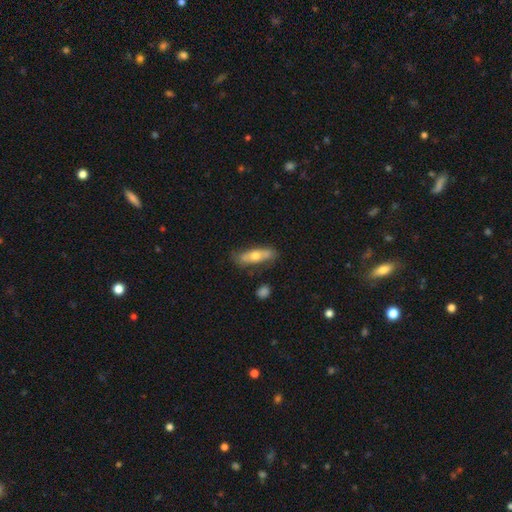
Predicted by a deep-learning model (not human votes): A smooth galaxy with no disk features (58%) that is cigar-shaped (49%).

Vote fractions:
- Smooth or featured? smooth: 58% / featured or disk: 37% / star or artifact: 6%
- How rounded? cigar-shaped: 49% / in between: 48% / round: 3%
- Merging? none: 75% / minor disturbance: 18% / major disturbance: 4% / merger: 3%